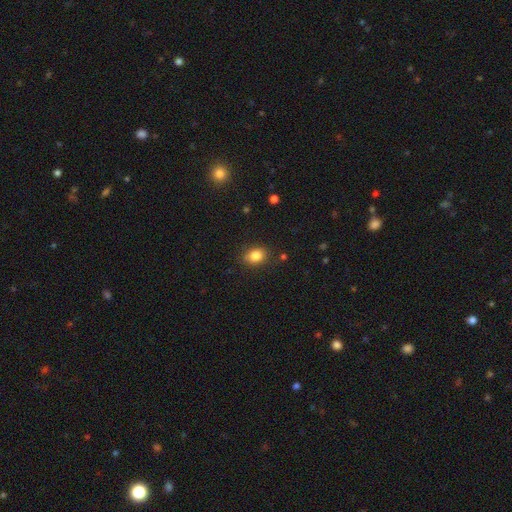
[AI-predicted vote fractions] smooth 84%, star or artifact 10%, featured or disk 6%. Down the decision tree: how rounded — in between (64%); merging — none (83%).